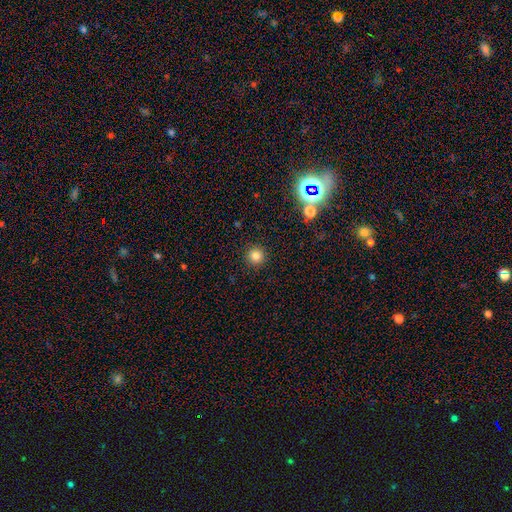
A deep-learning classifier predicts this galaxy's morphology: smooth 81%, star or artifact 13%, featured or disk 5%. Down the decision tree: how rounded — round (95%); merging — none (92%).